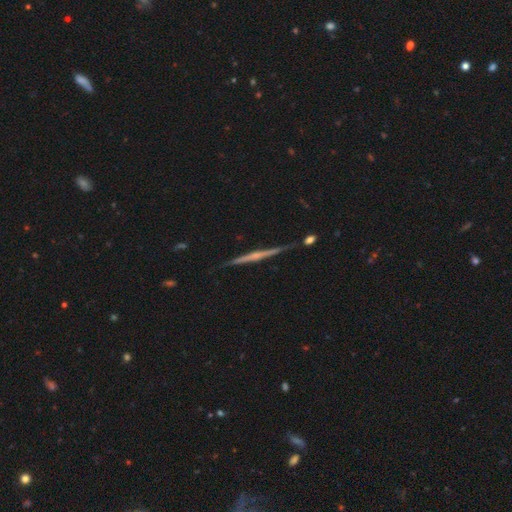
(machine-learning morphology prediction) Smooth or featured? Predicted: featured or disk (p=0.76). Edge-on disk? Predicted: yes (p=0.98). Edge-on bulge? Predicted: rounded (p=0.47). Merging? Predicted: none (p=0.85).